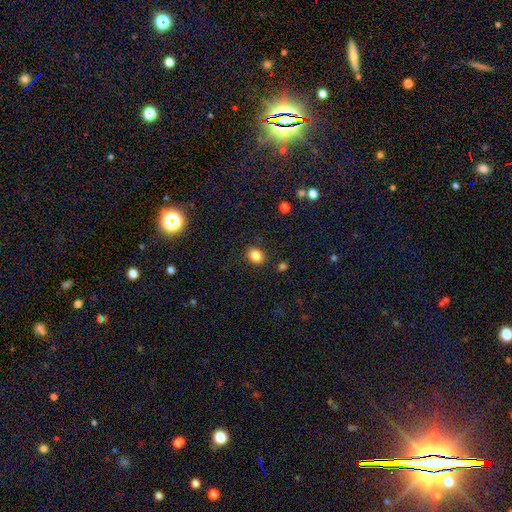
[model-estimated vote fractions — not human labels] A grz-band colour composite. It shows a smooth galaxy with no disk features (84%) that is round (50%). Merging: none (85%).